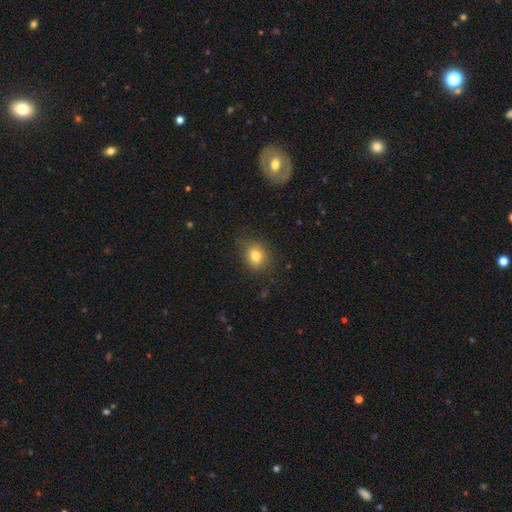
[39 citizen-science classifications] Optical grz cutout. It shows a smooth galaxy with no disk features (77%) that is in between round and cigar-shaped (57%). Merging: none (63%).